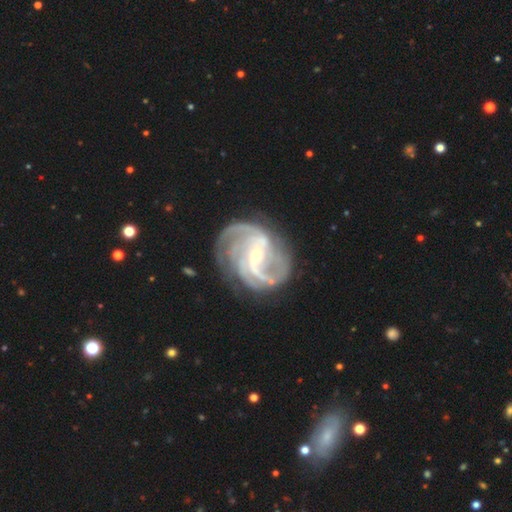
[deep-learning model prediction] smooth-or-featured: featured or disk: 92% | star or artifact: 5% | smooth: 3%
  disk-edge-on: no: 98% | yes: 2%
    bar: weak: 45% | strong: 29% | no: 26%
    has-spiral-arms: yes: 98% | no: 2%
      spiral-winding: medium: 52% | tight: 27% | loose: 21%
      spiral-arm-count: 2: 41% | 3: 23% | can't tell: 13% | 4: 10% | more than 4: 7% | 1: 7%
    bulge-size: small: 73% | moderate: 23% | none: 2% | large: 2% | dominant: 1%
  merging: none: 70% | minor disturbance: 17% | major disturbance: 11% | merger: 2%